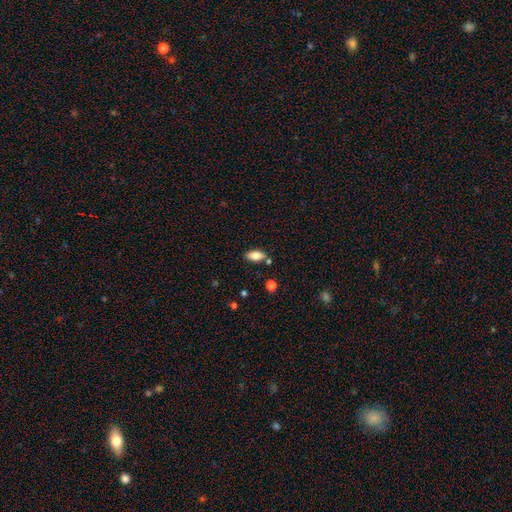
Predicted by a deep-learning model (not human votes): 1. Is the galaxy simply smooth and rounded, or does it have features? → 80% smooth, 12% featured or disk, 8% star or artifact.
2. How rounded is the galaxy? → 89% in between, 8% cigar-shaped, 3% round.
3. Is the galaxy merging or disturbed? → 79% none, 13% minor disturbance, 5% merger, 3% major disturbance.